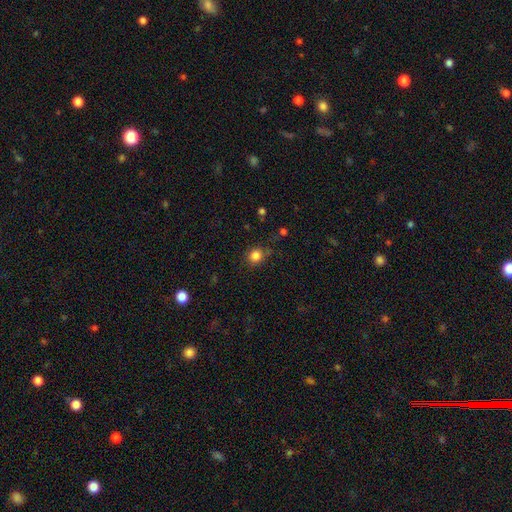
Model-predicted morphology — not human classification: A smooth galaxy with no disk features (84%) that is round (85%).

Vote fractions:
- Smooth or featured? smooth: 84% / star or artifact: 12% / featured or disk: 5%
- How rounded? round: 85% / in between: 14% / cigar-shaped: 1%
- Merging? none: 78% / minor disturbance: 15% / major disturbance: 5% / merger: 2%